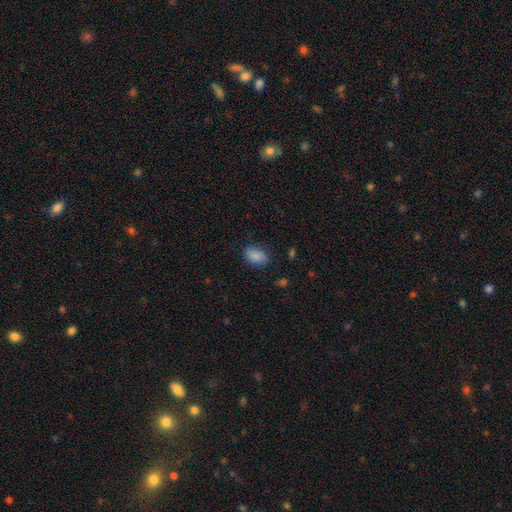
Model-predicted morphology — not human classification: The model was most divided on "merging": none: 81%, minor disturbance: 14%, major disturbance: 4%, merger: 1%. More confident: how rounded — in between (88%); smooth or featured — smooth (88%).